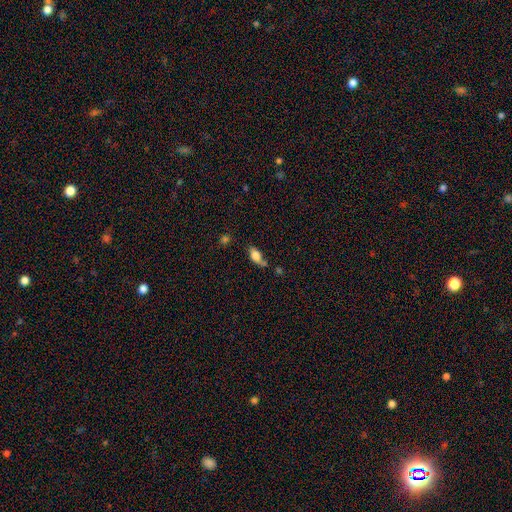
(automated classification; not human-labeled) This appears to be a smooth galaxy with no disk features (73%) that is in between round and cigar-shaped (82%). Merging: none (44%).